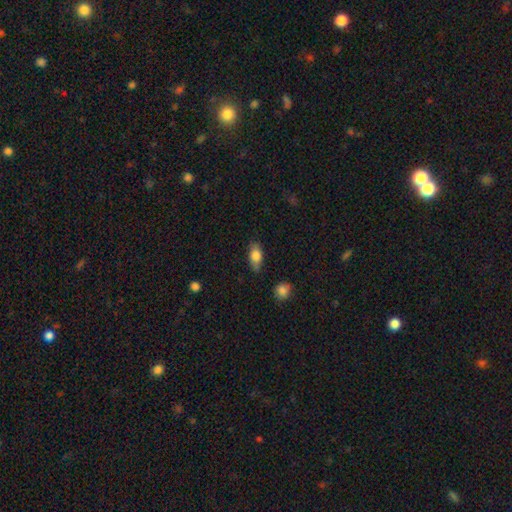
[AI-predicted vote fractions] This is likely a smooth galaxy (79%). How rounded: clearly in between (85%). Merging: likely none (73%).